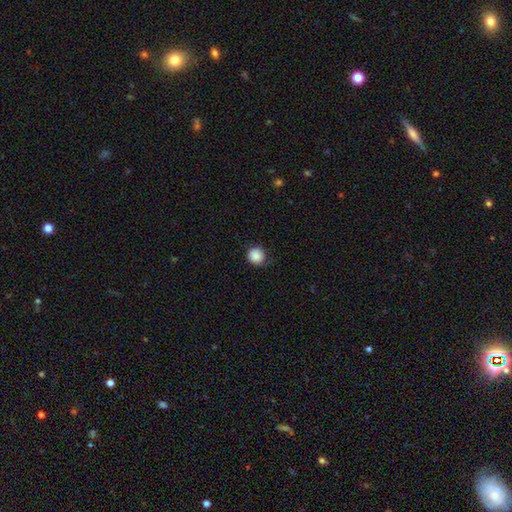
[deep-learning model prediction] smooth 87%, star or artifact 9%, featured or disk 4%. Down the decision tree: how rounded — round (92%); merging — none (77%).